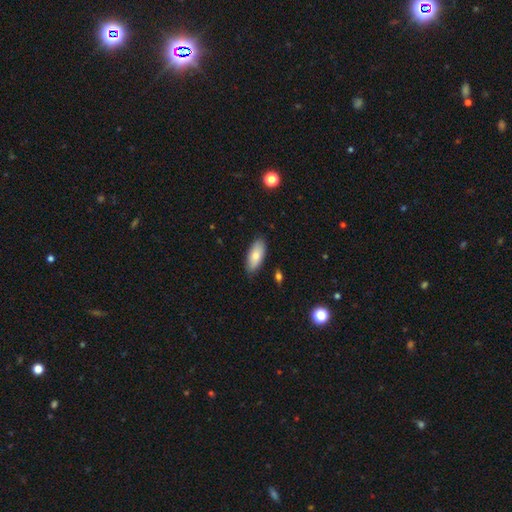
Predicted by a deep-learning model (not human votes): A smooth galaxy with no disk features (80%) that is in between round and cigar-shaped (86%).

Vote fractions:
- Smooth or featured? smooth: 80% / featured or disk: 14% / star or artifact: 6%
- How rounded? in between: 86% / cigar-shaped: 12% / round: 2%
- Merging? none: 84% / minor disturbance: 13% / major disturbance: 2% / merger: 2%